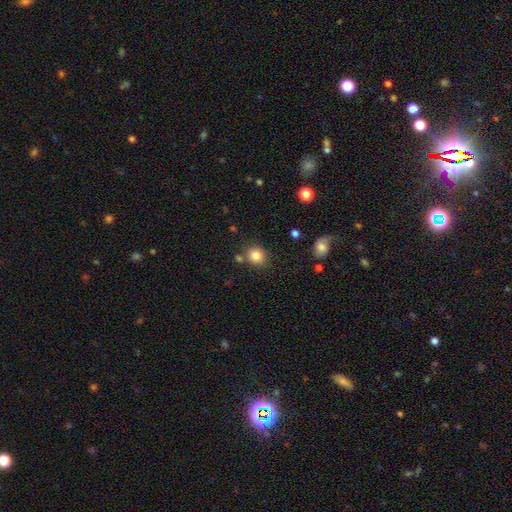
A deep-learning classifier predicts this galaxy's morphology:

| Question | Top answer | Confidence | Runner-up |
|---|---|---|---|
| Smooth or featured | smooth | 84% | star or artifact (11%) |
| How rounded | round | 84% | in between (15%) |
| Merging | none | 77% | minor disturbance (10%) |